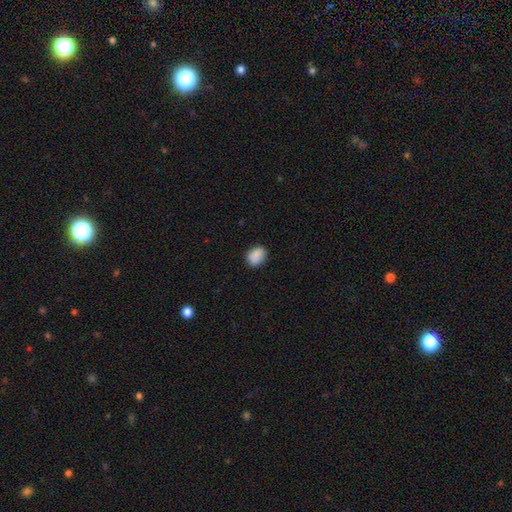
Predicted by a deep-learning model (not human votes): Overall: smooth (88%). How rounded: in between (62%; round 37%). Merging: none (82%).